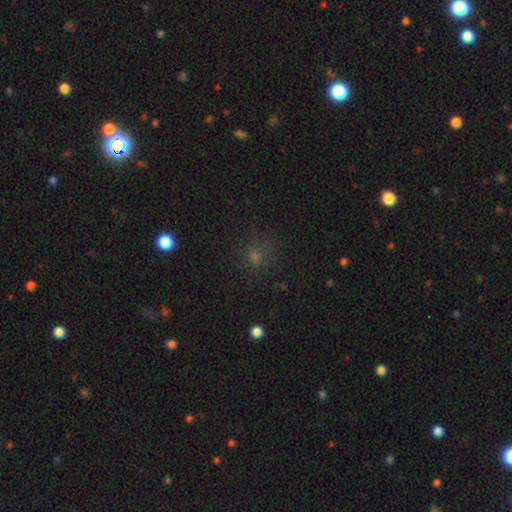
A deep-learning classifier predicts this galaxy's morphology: A smooth galaxy with no disk features (59%) that is round (66%). Merging: none (63%).